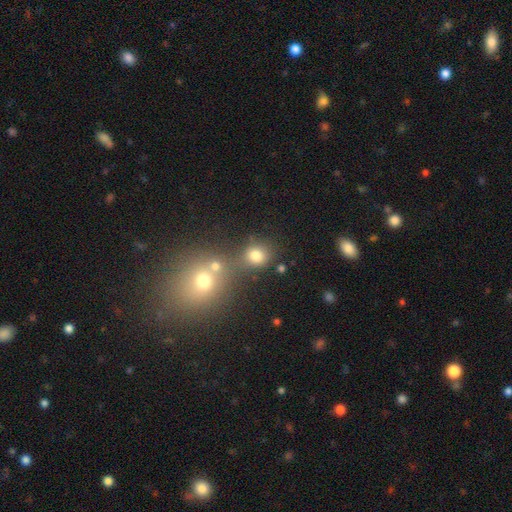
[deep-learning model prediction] This is likely a smooth galaxy (76%). How rounded: likely round (79%). Merging: possibly none (56%).